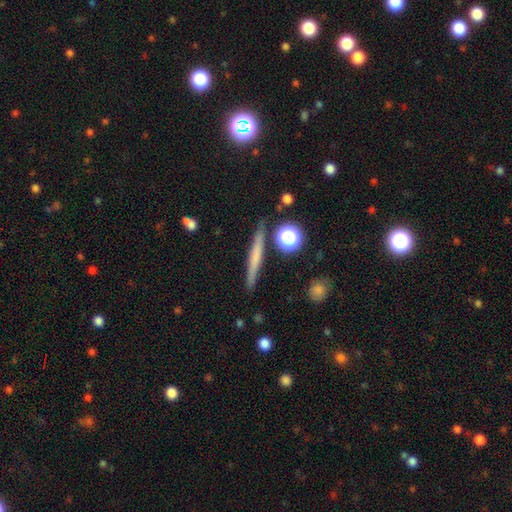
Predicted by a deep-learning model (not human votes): Morphology: type=smooth (48%); merging=none (87%).